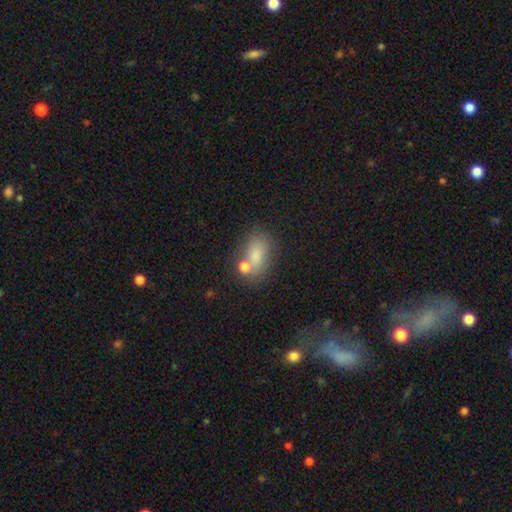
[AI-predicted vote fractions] Q: Smooth or featured?
A: smooth (77%); runner-up: star or artifact (12%)
Q: How rounded?
A: in between (80%); runner-up: round (17%)
Q: Merging?
A: none (50%); runner-up: merger (25%)